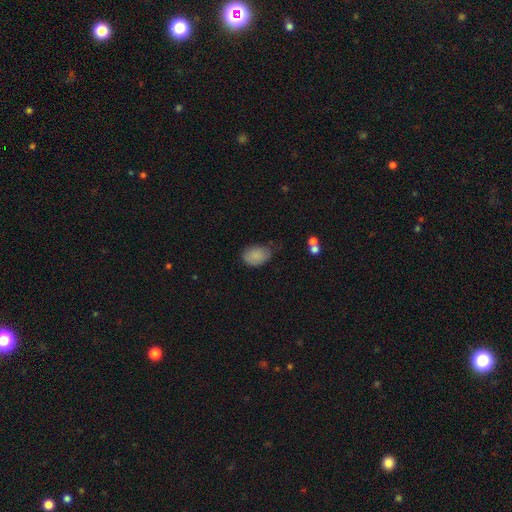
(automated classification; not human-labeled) A smooth galaxy with no disk features (84%) that is in between round and cigar-shaped (82%). Merging: none (59%).